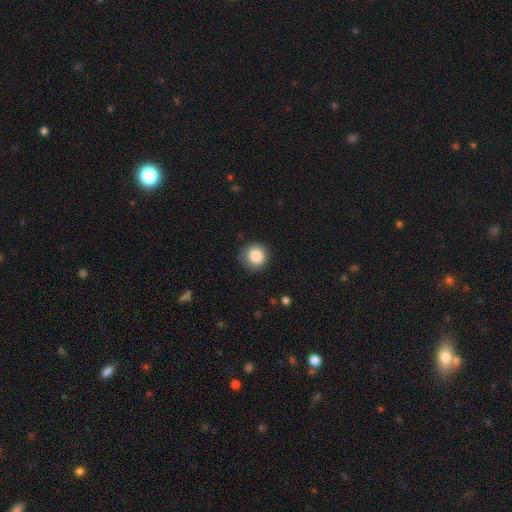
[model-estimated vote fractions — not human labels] This is clearly a smooth galaxy (85%). How rounded: clearly round (93%). Merging: clearly none (83%).